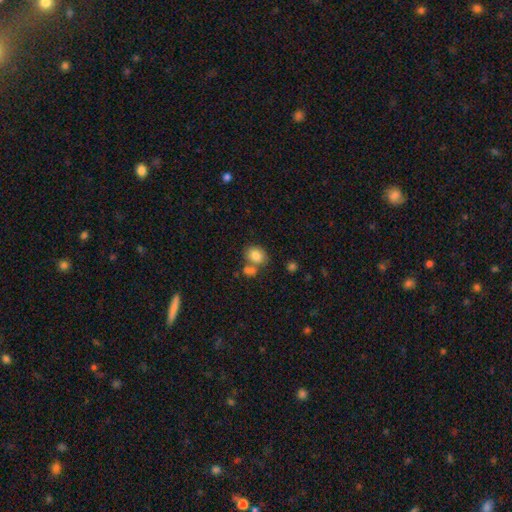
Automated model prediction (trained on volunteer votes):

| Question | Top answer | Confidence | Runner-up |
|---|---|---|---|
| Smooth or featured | smooth | 80% | featured or disk (11%) |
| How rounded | in between | 54% | round (45%) |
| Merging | none | 49% | merger (32%) |